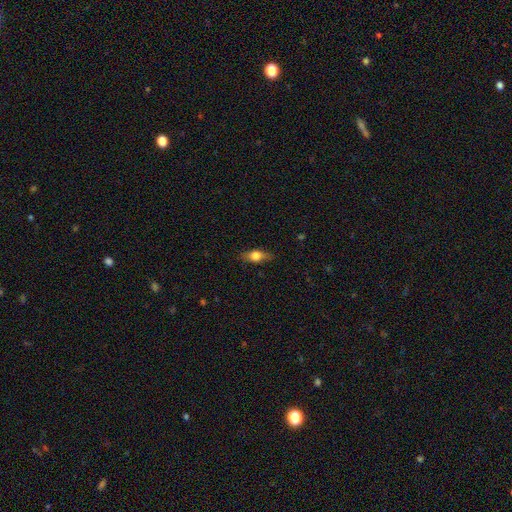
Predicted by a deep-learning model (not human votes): This is likely a smooth galaxy (61%). How rounded: likely in between (68%). Merging: clearly none (81%).